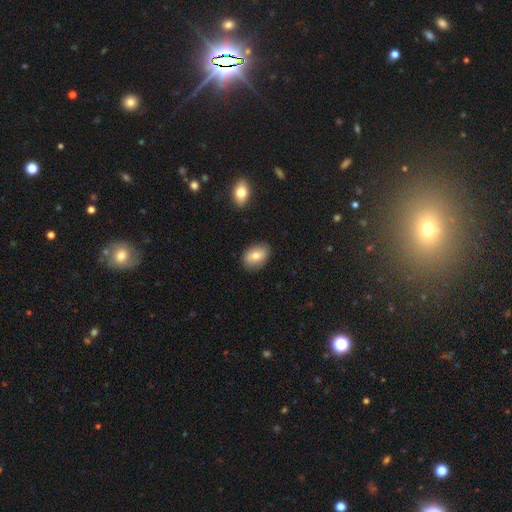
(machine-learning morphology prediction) A smooth galaxy with no disk features (77%) that is in between round and cigar-shaped (81%).

Vote fractions:
- Smooth or featured? smooth: 77% / featured or disk: 15% / star or artifact: 8%
- How rounded? in between: 81% / round: 17% / cigar-shaped: 1%
- Merging? none: 86% / minor disturbance: 10% / major disturbance: 2% / merger: 2%